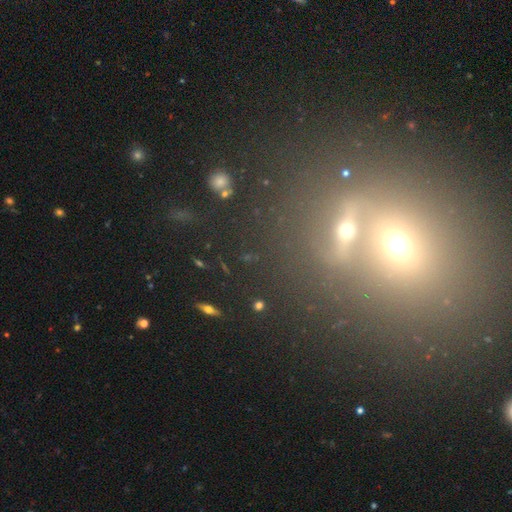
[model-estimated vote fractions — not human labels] A star or artifact, not a galaxy (46%).

Vote fractions:
- Smooth or featured? star or artifact: 46% / smooth: 35% / featured or disk: 19%